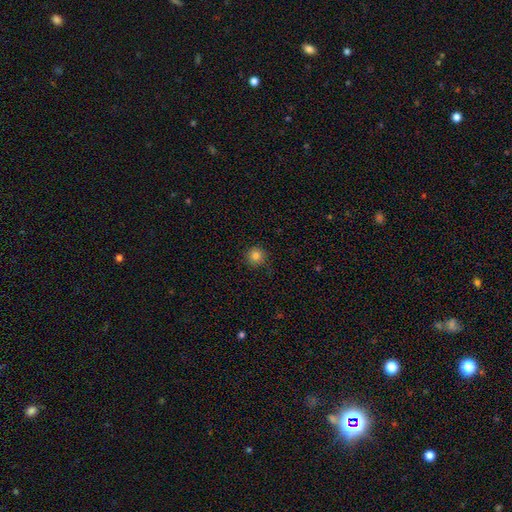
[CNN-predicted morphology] type=smooth (83%); roundness=round (95%); merging=none (88%).